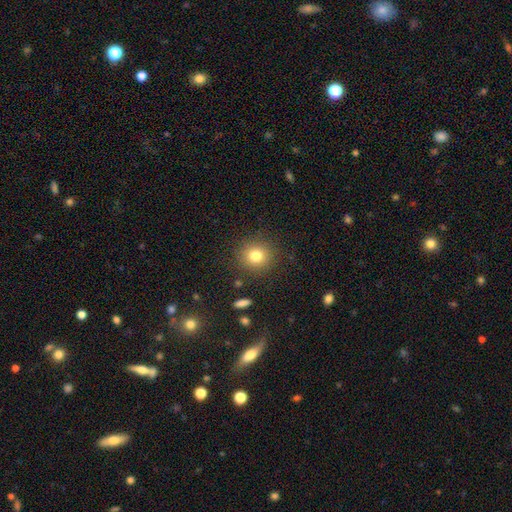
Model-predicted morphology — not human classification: smooth_or_featured: smooth (p=0.80) [alt: star or artifact p=0.12]
how_rounded: round (p=0.88) [alt: in between p=0.12]
merging: none (p=0.87) [alt: minor disturbance p=0.08]